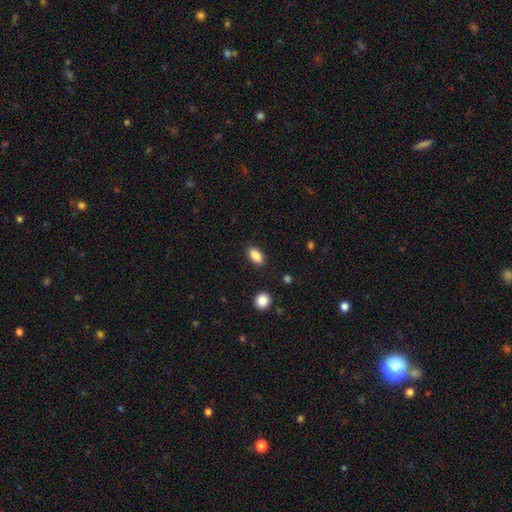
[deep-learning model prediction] The model was most divided on "merging": none: 86%, minor disturbance: 9%, major disturbance: 3%, merger: 2%. More confident: how rounded — in between (88%); smooth or featured — smooth (87%).